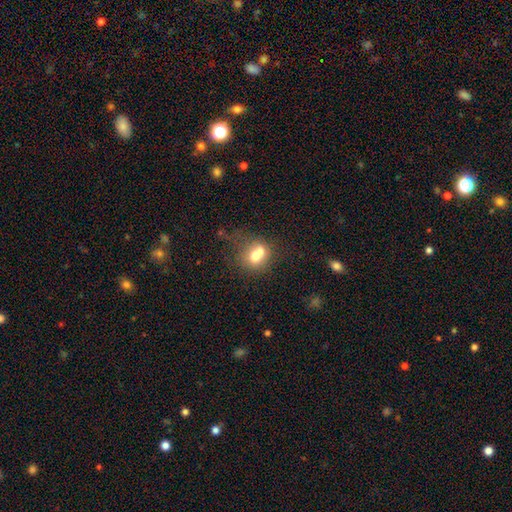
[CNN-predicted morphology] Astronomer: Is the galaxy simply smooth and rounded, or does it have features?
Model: smooth — 66%.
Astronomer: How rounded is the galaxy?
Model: round — 68%.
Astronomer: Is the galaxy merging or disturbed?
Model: merger — 49% (runner-up: none, 33%).